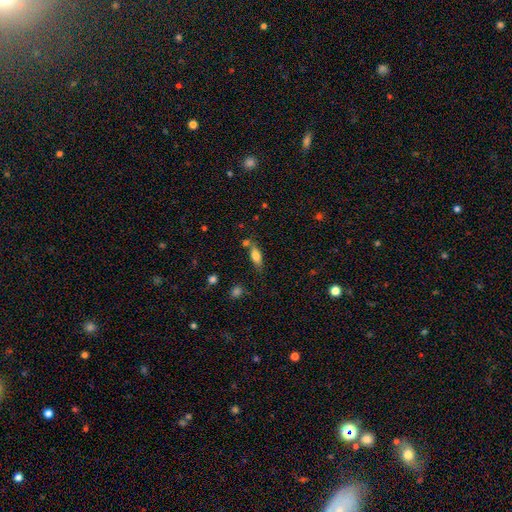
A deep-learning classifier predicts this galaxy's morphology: Overall: smooth (79%). How rounded: in between (77%). Merging: none (64%).